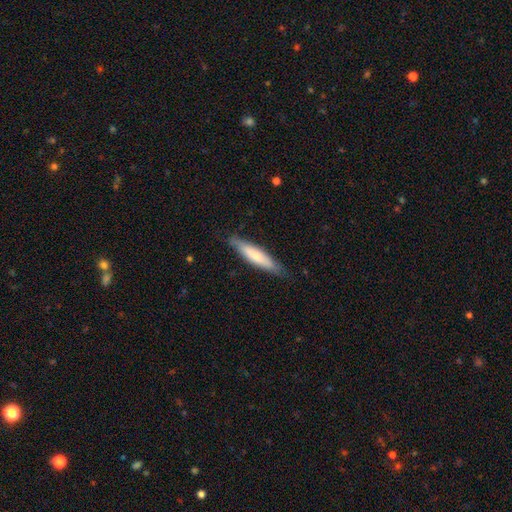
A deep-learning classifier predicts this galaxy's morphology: Smooth or featured? smooth (67%)
How rounded? cigar-shaped (82%)
Merging? none (83%)